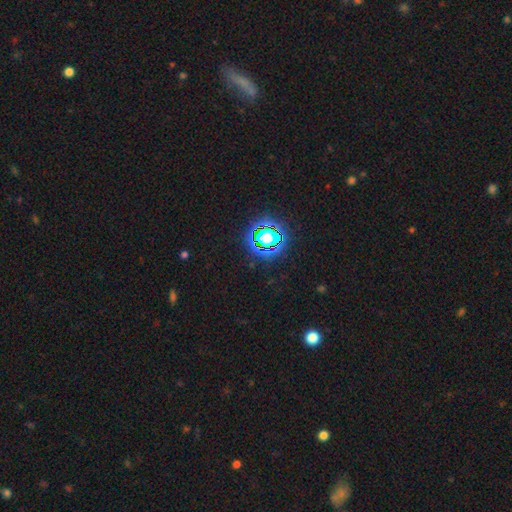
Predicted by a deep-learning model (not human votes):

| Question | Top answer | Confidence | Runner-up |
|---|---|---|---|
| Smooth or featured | star or artifact | 75% | smooth (17%) |